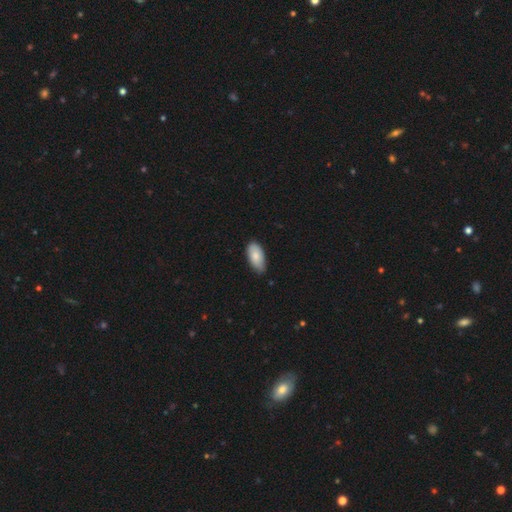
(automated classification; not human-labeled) smooth_or_featured: smooth (p=0.82) [alt: featured or disk p=0.12]
how_rounded: in between (p=0.93) [alt: cigar-shaped p=0.05]
merging: none (p=0.72) [alt: minor disturbance p=0.25]